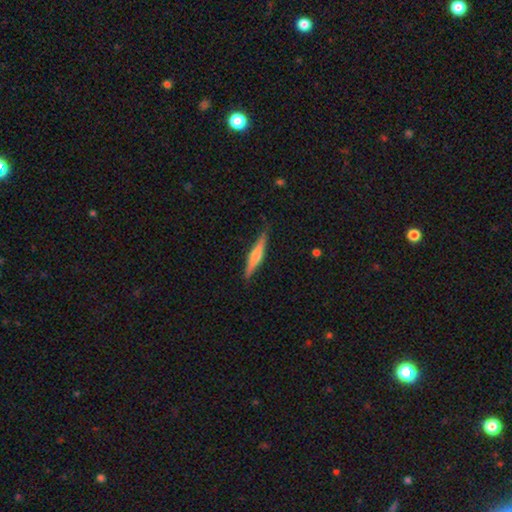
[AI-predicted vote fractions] This appears to be a smooth galaxy with no disk features (49%). Merging: none (82%).